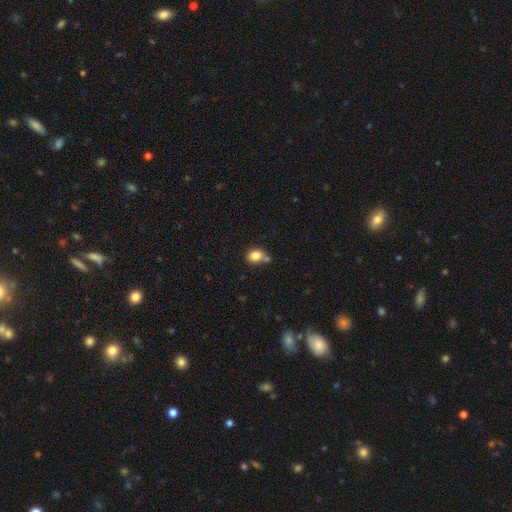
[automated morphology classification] Smooth or featured?
  - smooth: 83% *
  - star or artifact: 9%
  - featured or disk: 7%
How rounded?
  - in between: 55% *
  - round: 44%
  - cigar-shaped: 1%
Merging?
  - none: 60% *
  - merger: 20%
  - minor disturbance: 16%
  - major disturbance: 4%